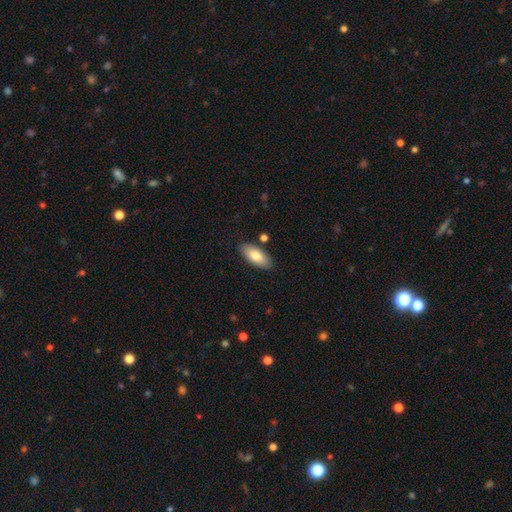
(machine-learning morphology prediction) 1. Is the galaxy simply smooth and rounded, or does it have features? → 80% smooth, 14% featured or disk, 6% star or artifact.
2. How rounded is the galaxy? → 88% in between, 10% cigar-shaped, 2% round.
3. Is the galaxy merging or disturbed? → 85% none, 10% minor disturbance, 3% merger, 2% major disturbance.